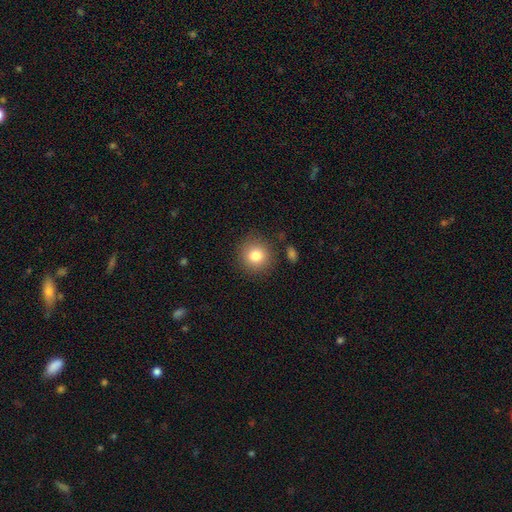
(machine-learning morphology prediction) This appears to be a smooth galaxy with no disk features (81%) that is round (91%). Merging: none (86%).